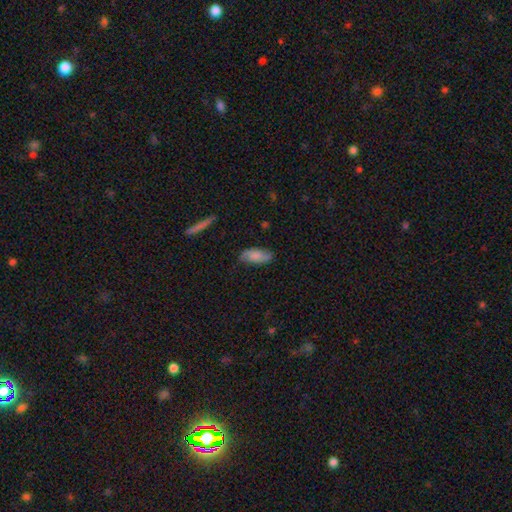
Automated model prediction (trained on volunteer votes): smooth-or-featured: smooth: 62% | featured or disk: 30% | star or artifact: 8%
  how-rounded: in between: 86% | cigar-shaped: 11% | round: 3%
  merging: none: 71% | minor disturbance: 23% | major disturbance: 5% | merger: 2%